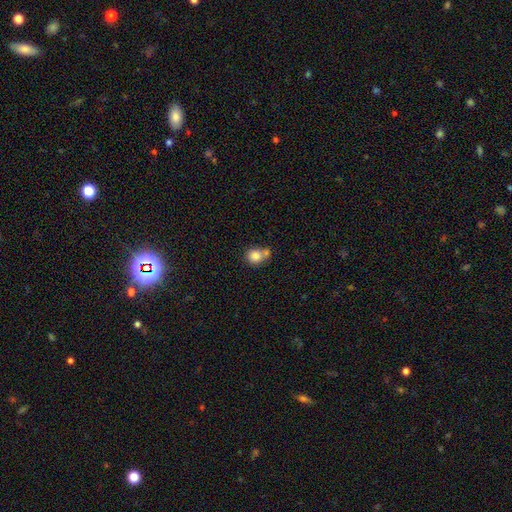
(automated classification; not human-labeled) A smooth galaxy with no disk features (82%) that is round (79%). Merging: none (44%).